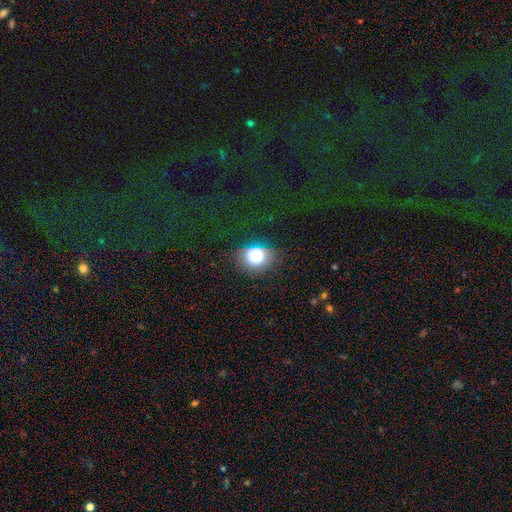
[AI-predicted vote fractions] A smooth galaxy with no disk features (78%) that is round (60%).

Vote fractions:
- Smooth or featured? smooth: 78% / star or artifact: 14% / featured or disk: 9%
- How rounded? round: 60% / in between: 39% / cigar-shaped: 1%
- Merging? none: 79% / minor disturbance: 15% / major disturbance: 4% / merger: 1%